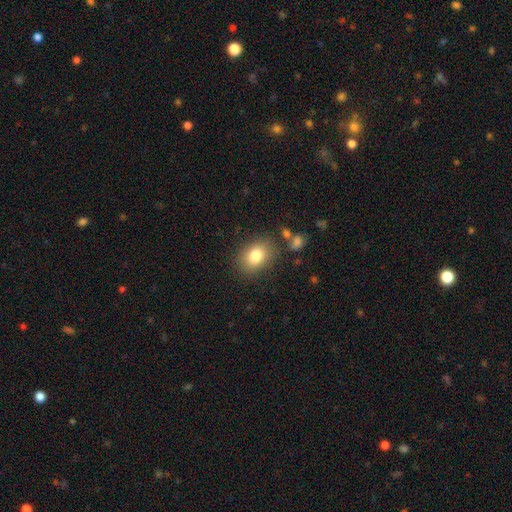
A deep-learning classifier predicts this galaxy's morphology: smooth_or_featured: smooth (p=0.81) [alt: featured or disk p=0.10]
how_rounded: in between (p=0.66) [alt: round p=0.33]
merging: none (p=0.80) [alt: minor disturbance p=0.12]